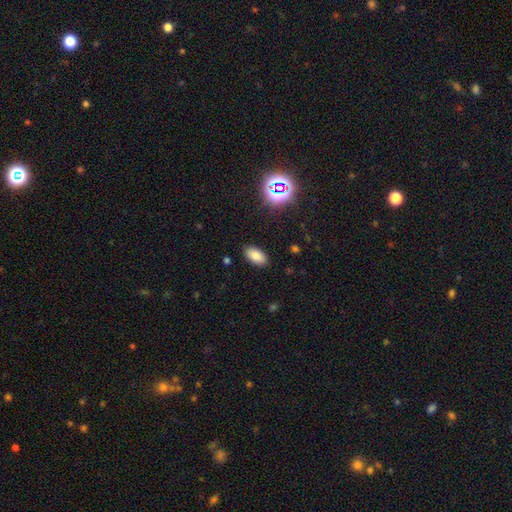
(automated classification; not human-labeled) The model was most divided on "smooth or featured": smooth: 80%, star or artifact: 12%, featured or disk: 7%. More confident: how rounded — in between (93%); merging — none (88%).